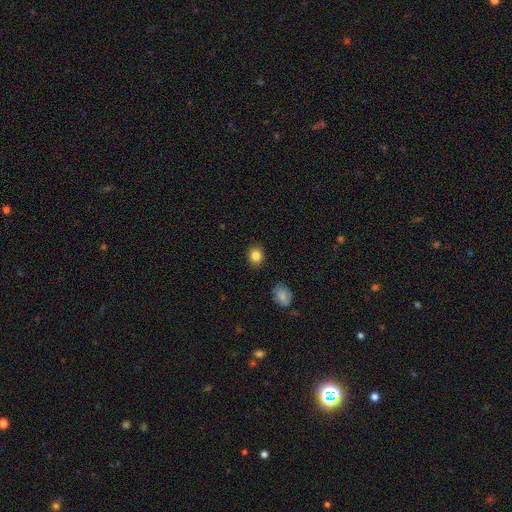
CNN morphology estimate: A smooth galaxy with no disk features (84%) that is round (63%). Merging: none (89%).